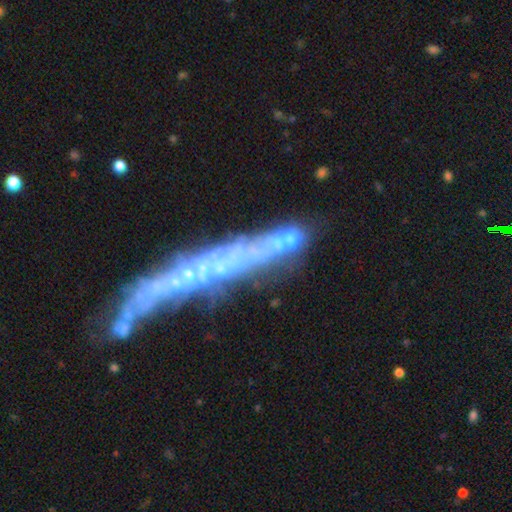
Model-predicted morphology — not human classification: Smooth or featured?
  - featured or disk: 59% *
  - smooth: 22%
  - star or artifact: 19%
Edge-on disk?
  - yes: 56% *
  - no: 44%
Merging?
  - none: 53% *
  - merger: 19%
  - minor disturbance: 15%
  - major disturbance: 12%